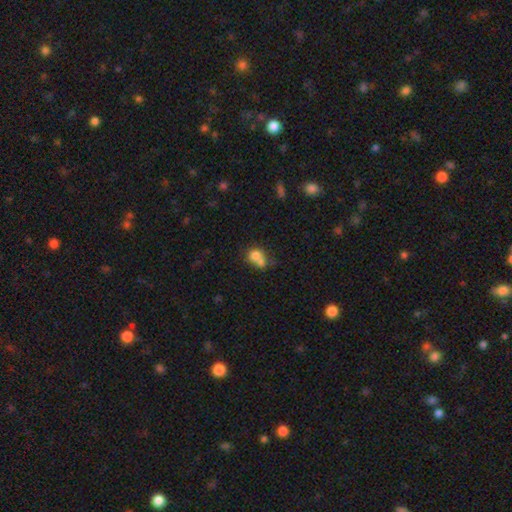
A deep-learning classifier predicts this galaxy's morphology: This is likely a smooth galaxy (73%). How rounded: likely round (63%). Merging: likely merger (61%).